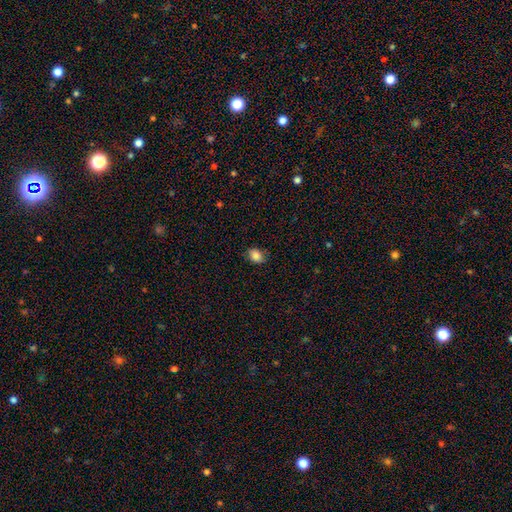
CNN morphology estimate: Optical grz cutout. It shows a smooth galaxy with no disk features (86%) that is in between round and cigar-shaped (71%). Merging: none (82%).